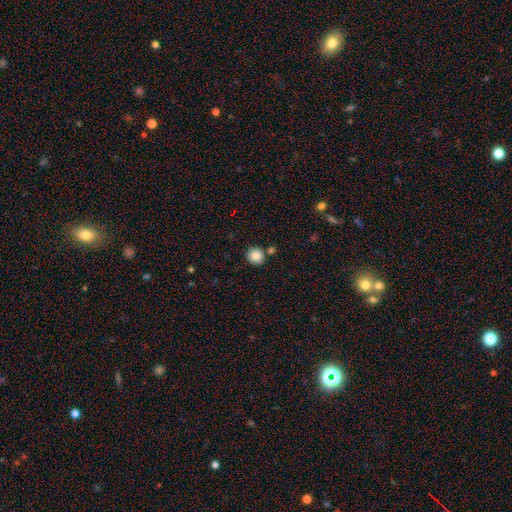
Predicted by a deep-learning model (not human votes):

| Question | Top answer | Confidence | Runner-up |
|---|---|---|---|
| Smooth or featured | smooth | 86% | star or artifact (10%) |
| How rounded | round | 89% | in between (10%) |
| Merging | none | 82% | merger (8%) |